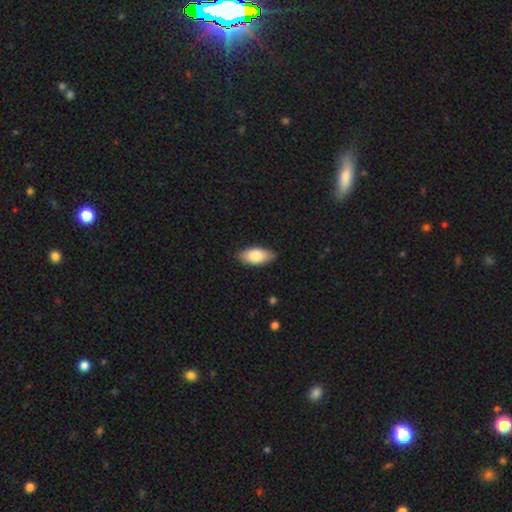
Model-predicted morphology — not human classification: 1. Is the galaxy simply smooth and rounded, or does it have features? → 82% smooth, 12% featured or disk, 6% star or artifact.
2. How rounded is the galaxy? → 90% in between, 8% cigar-shaped, 2% round.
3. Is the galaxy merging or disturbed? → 85% none, 12% minor disturbance, 2% major disturbance, 1% merger.